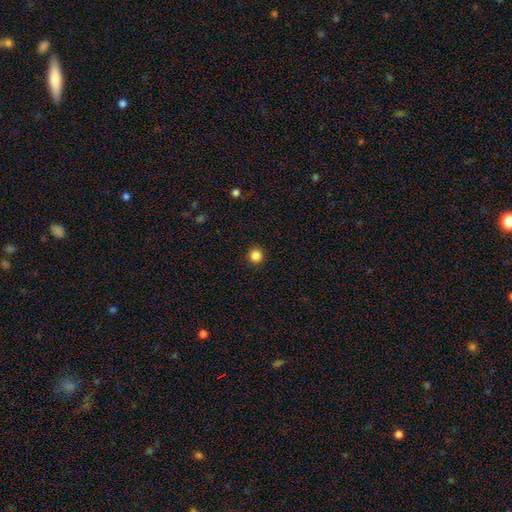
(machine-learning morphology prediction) The model was most divided on "smooth or featured": smooth: 85%, star or artifact: 11%, featured or disk: 3%. More confident: how rounded — round (95%); merging — none (93%).